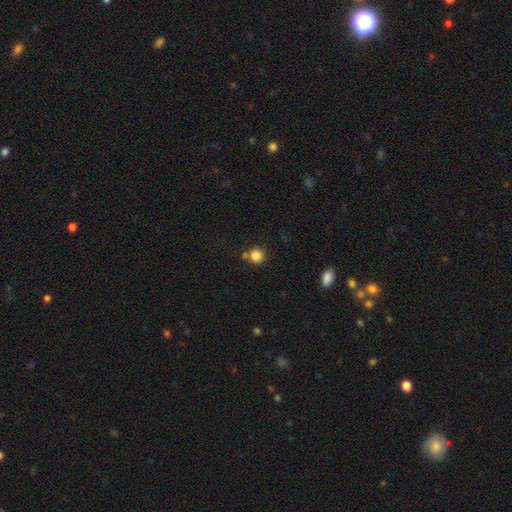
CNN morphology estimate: A smooth galaxy with no disk features (84%) that is round (92%).

Vote fractions:
- Smooth or featured? smooth: 84% / star or artifact: 11% / featured or disk: 4%
- How rounded? round: 92% / in between: 7% / cigar-shaped: 1%
- Merging? none: 73% / merger: 13% / minor disturbance: 10% / major disturbance: 3%